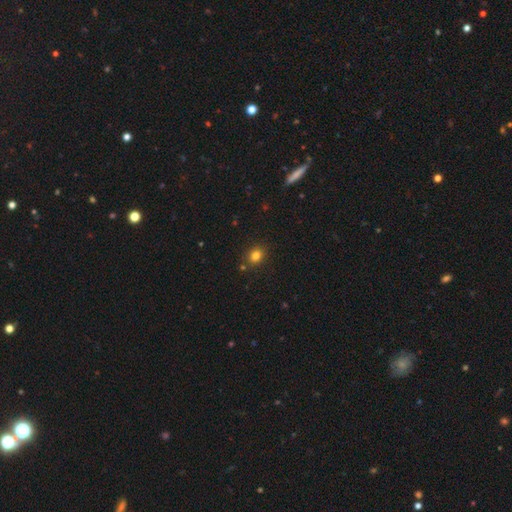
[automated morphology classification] Smooth or featured?
  - smooth: 80% *
  - star or artifact: 14%
  - featured or disk: 6%
How rounded?
  - round: 64% *
  - in between: 35%
  - cigar-shaped: 1%
Merging?
  - none: 84% *
  - minor disturbance: 9%
  - merger: 4%
  - major disturbance: 2%